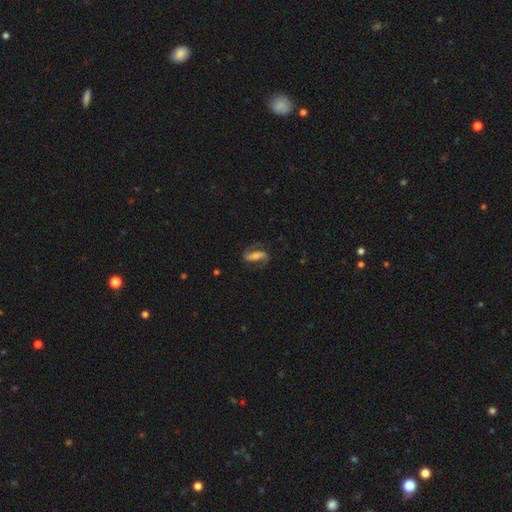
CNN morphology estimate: Smooth or featured? Predicted: featured or disk (p=0.75). Edge-on disk? Predicted: no (p=0.93). Bar? Predicted: strong (p=0.53). Spiral arms? Predicted: yes (p=0.93). Spiral winding? Predicted: loose (p=0.45). Spiral arm count? Predicted: 2 (p=0.90). Bulge size? Predicted: small (p=0.46). Merging? Predicted: none (p=0.72).